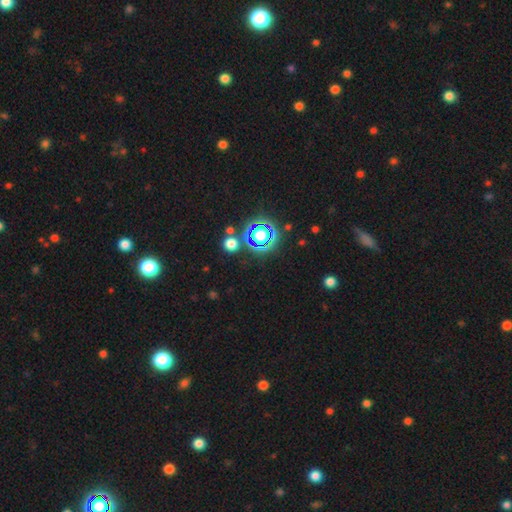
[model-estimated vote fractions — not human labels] smooth-or-featured: star or artifact: 77% | smooth: 16% | featured or disk: 7%